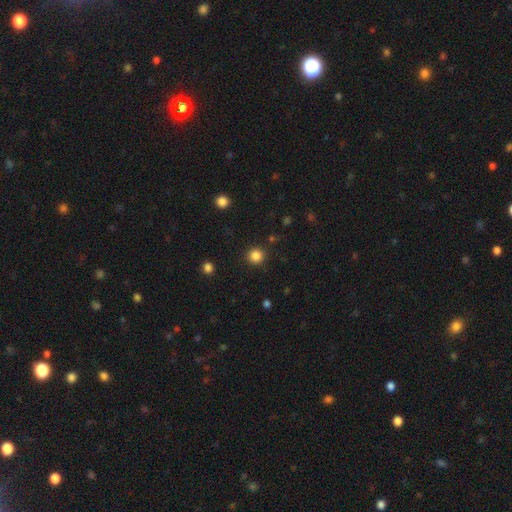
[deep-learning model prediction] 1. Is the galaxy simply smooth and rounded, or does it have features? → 85% smooth, 12% star or artifact, 3% featured or disk.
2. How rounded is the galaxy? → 94% round, 5% in between, 1% cigar-shaped.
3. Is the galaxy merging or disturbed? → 90% none, 6% minor disturbance, 2% major disturbance, 2% merger.